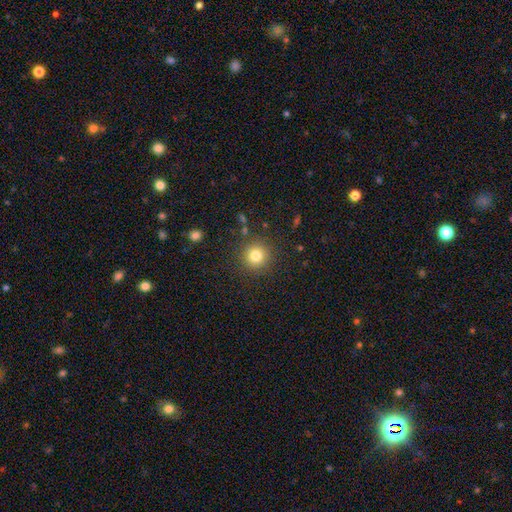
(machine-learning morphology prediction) Smooth or featured?
  - smooth: 80% *
  - star or artifact: 13%
  - featured or disk: 7%
How rounded?
  - round: 94% *
  - in between: 5%
  - cigar-shaped: 1%
Merging?
  - none: 88% *
  - minor disturbance: 7%
  - major disturbance: 3%
  - merger: 2%